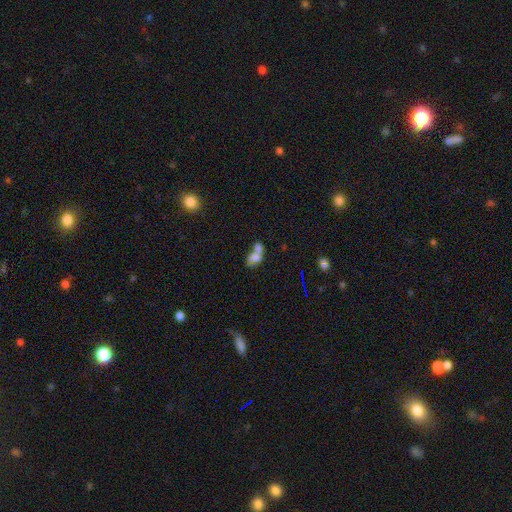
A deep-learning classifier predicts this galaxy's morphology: smooth_or_featured: smooth (p=0.68) [alt: featured or disk p=0.21]
how_rounded: in between (p=0.72) [alt: round p=0.25]
merging: merger (p=0.71) [alt: none p=0.16]